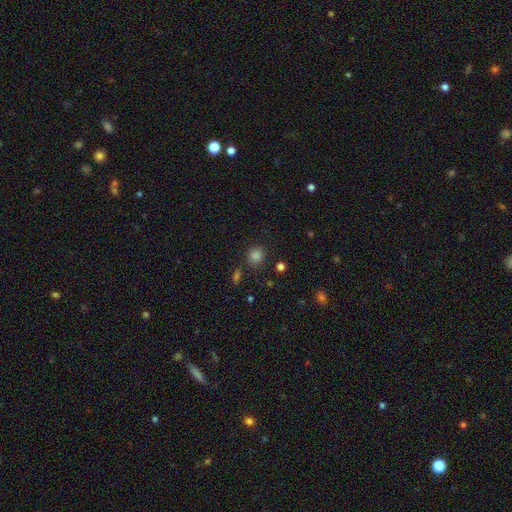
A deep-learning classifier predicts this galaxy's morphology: Smooth or featured? smooth (81%)
How rounded? round (84%)
Merging? none (82%)